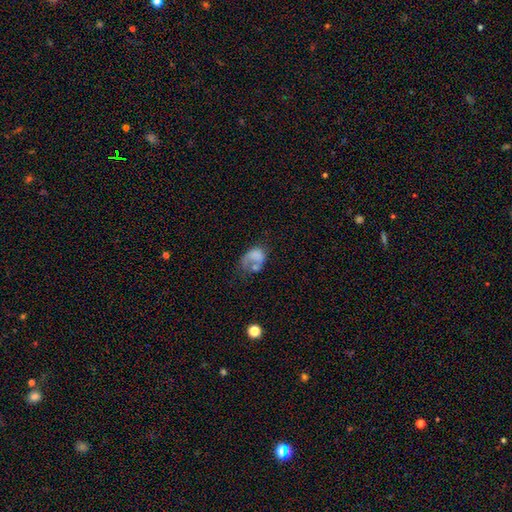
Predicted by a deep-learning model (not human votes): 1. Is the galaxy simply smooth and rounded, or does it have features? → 57% smooth, 32% featured or disk, 10% star or artifact.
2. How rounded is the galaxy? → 71% in between, 27% round, 1% cigar-shaped.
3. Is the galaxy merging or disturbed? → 37% major disturbance, 25% merger, 22% none, 17% minor disturbance.